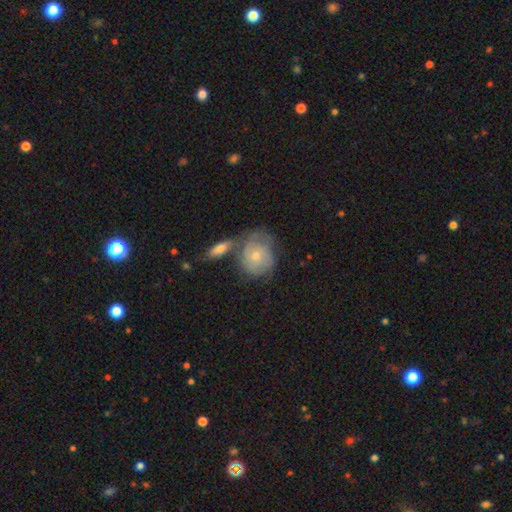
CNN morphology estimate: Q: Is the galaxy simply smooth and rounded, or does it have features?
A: featured or disk — 60%.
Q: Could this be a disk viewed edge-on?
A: no — 95%.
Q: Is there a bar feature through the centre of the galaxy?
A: no — 80%.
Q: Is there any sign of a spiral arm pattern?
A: yes — 82%.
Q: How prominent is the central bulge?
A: small — 59%.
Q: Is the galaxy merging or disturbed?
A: none — 52%.